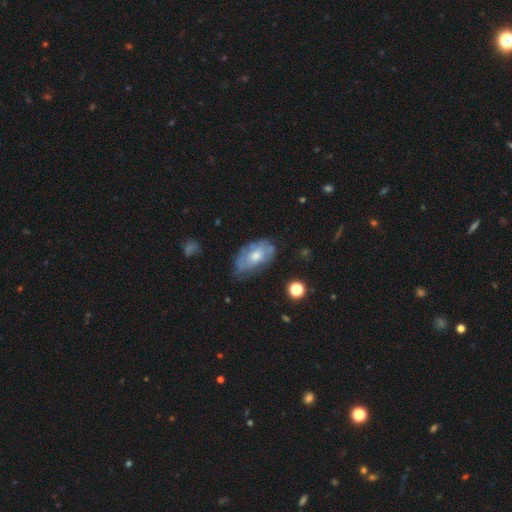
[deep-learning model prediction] Smooth or featured? Predicted: featured or disk (p=0.48). Merging? Predicted: none (p=0.54).